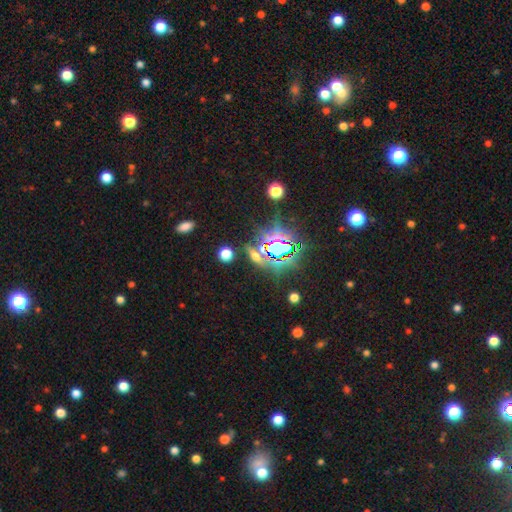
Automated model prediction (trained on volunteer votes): This is possibly a star or artifact rather than a galaxy (58%).